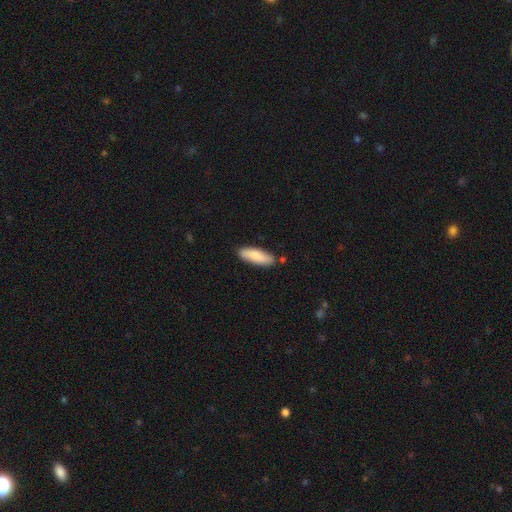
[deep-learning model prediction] Overall: smooth (81%). How rounded: in between (53%; cigar-shaped 46%). Merging: none (82%).